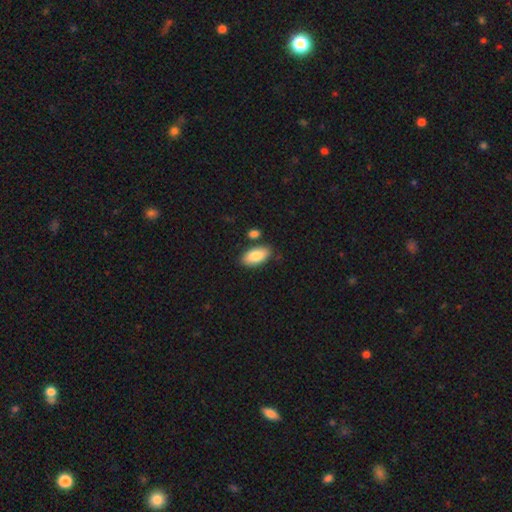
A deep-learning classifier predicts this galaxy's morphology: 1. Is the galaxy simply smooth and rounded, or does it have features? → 86% smooth, 8% featured or disk, 6% star or artifact.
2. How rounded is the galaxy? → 94% in between, 4% cigar-shaped, 3% round.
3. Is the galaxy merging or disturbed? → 78% none, 12% minor disturbance, 8% merger, 3% major disturbance.